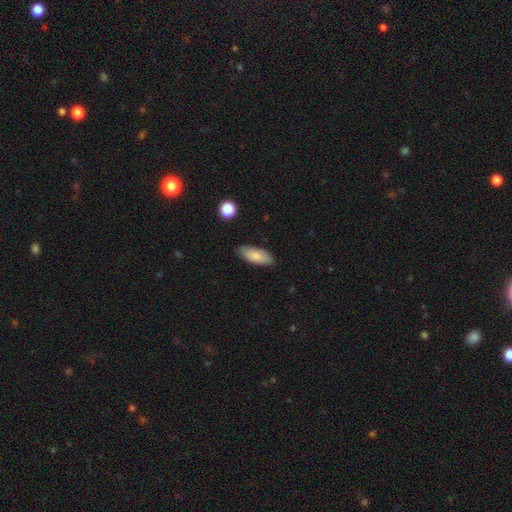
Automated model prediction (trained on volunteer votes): smooth-or-featured: smooth: 84% | featured or disk: 10% | star or artifact: 6%
  how-rounded: in between: 81% | cigar-shaped: 17% | round: 2%
  merging: none: 84% | minor disturbance: 12% | major disturbance: 2% | merger: 1%